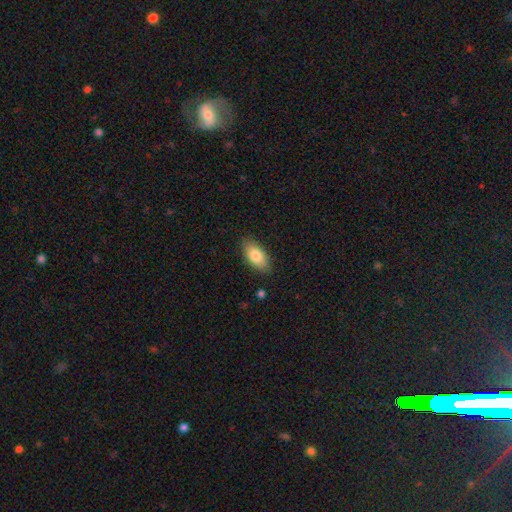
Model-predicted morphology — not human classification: Smooth or featured: smooth — 81% (featured or disk — 12%)
How rounded: in between — 90% (cigar-shaped — 7%)
Merging: none — 86% (minor disturbance — 11%)